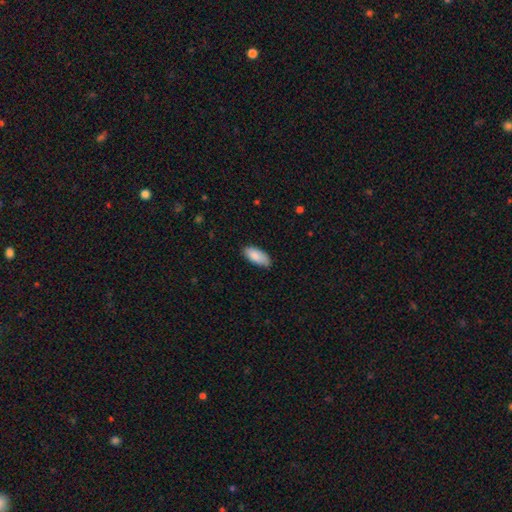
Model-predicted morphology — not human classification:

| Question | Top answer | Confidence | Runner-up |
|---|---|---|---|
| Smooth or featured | smooth | 88% | featured or disk (7%) |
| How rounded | in between | 89% | cigar-shaped (9%) |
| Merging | none | 82% | minor disturbance (15%) |